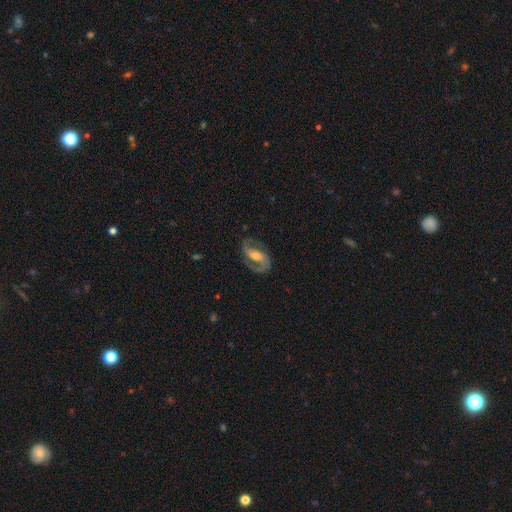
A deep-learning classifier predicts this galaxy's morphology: smooth-or-featured: featured or disk: 87% | smooth: 8% | star or artifact: 5%
  disk-edge-on: no: 96% | yes: 4%
    bar: weak: 39% | strong: 34% | no: 27%
    has-spiral-arms: yes: 95% | no: 5%
      spiral-winding: medium: 55% | loose: 24% | tight: 20%
      spiral-arm-count: 2: 91% | 1: 3% | can't tell: 3% | 3: 1% | 4: 1% | more than 4: 1%
    bulge-size: moderate: 61% | small: 27% | large: 8% | none: 2% | dominant: 1%
  merging: none: 79% | minor disturbance: 13% | major disturbance: 7% | merger: 1%